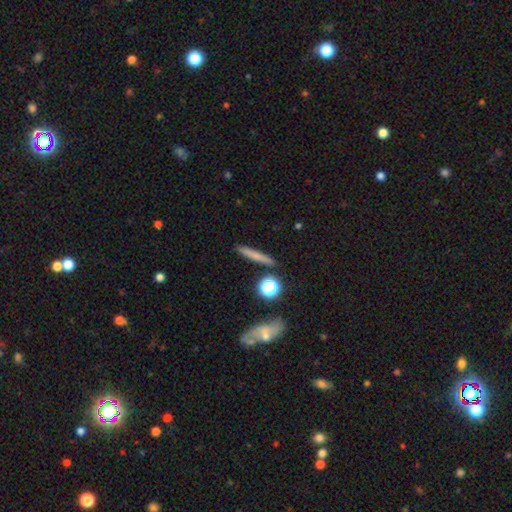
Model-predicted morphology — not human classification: Overall: smooth (66%). How rounded: cigar-shaped (87%). Merging: none (87%).